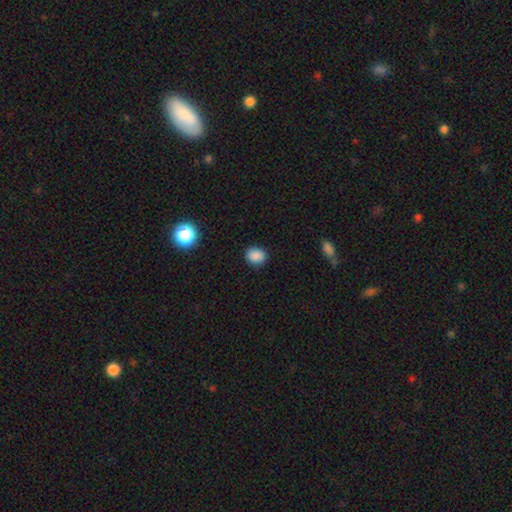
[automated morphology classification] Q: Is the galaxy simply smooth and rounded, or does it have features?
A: smooth — 87%.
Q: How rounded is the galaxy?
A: round — 56%.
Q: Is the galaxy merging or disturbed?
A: none — 88%.